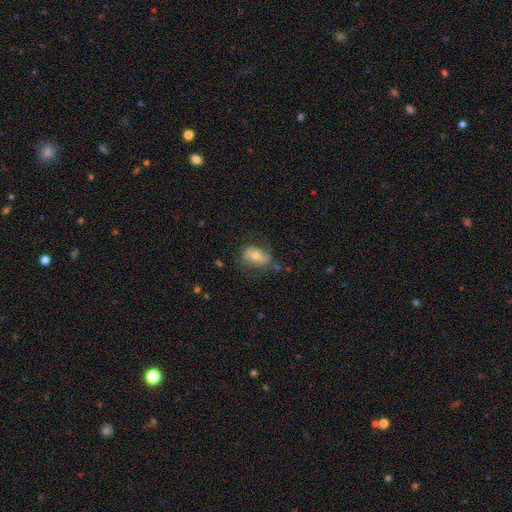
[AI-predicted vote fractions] This is possibly a featured or disk galaxy (57%). It is clearly not viewed edge-on (95%). Bar: marginally no (44%). Spiral arm pattern: likely yes (79%). Central bulge: likely moderate (66%). Merging: likely none (63%).